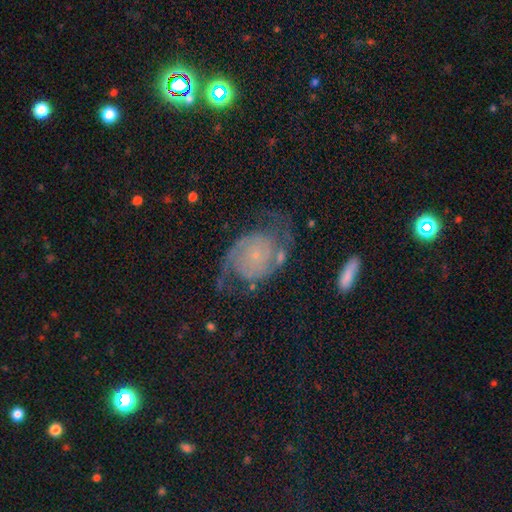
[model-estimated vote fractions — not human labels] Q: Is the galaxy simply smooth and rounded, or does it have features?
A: featured or disk — 82%.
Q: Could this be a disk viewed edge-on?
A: no — 97%.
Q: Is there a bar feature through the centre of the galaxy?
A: no — 78%.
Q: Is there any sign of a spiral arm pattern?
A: yes — 96%.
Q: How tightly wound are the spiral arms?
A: medium — 46%.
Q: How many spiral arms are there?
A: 2 — 88%.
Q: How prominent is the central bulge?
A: small — 78%.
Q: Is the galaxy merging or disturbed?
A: none — 65%.